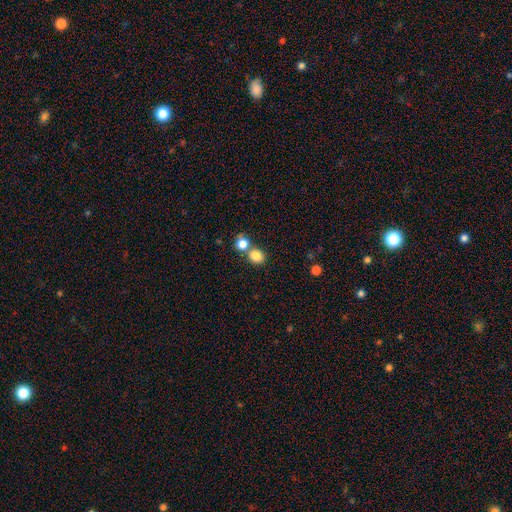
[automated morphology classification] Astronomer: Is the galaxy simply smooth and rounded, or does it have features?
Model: smooth — 83%.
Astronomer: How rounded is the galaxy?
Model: round — 65%.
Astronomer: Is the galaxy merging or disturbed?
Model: none — 54% (runner-up: merger, 36%).